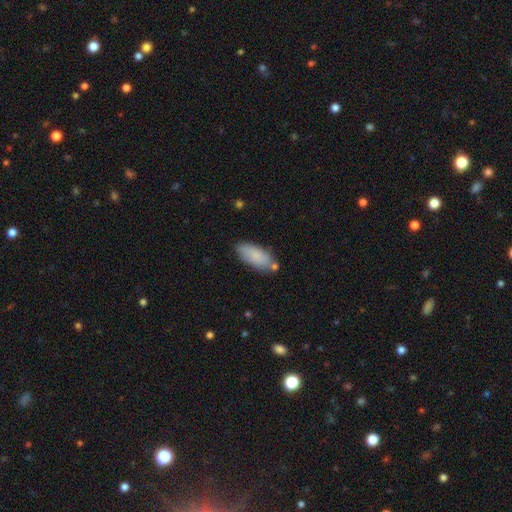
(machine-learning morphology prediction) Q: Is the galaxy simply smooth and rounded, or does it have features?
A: smooth — 85%.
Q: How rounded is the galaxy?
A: in between — 83%.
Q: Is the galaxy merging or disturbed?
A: none — 73%.